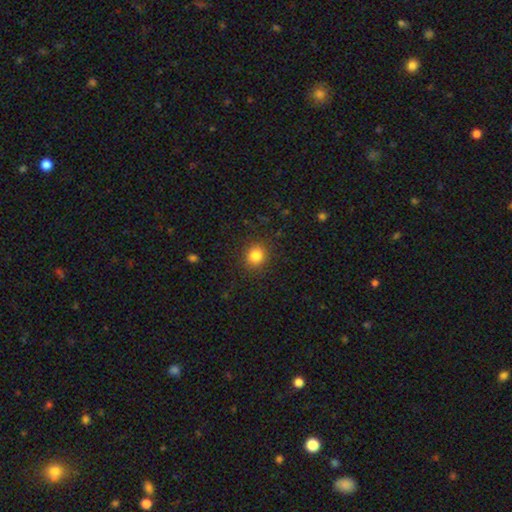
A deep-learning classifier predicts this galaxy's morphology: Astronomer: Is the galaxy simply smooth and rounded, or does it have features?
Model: smooth — 83%.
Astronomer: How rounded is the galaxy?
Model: round — 80%.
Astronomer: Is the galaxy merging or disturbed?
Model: none — 89%.